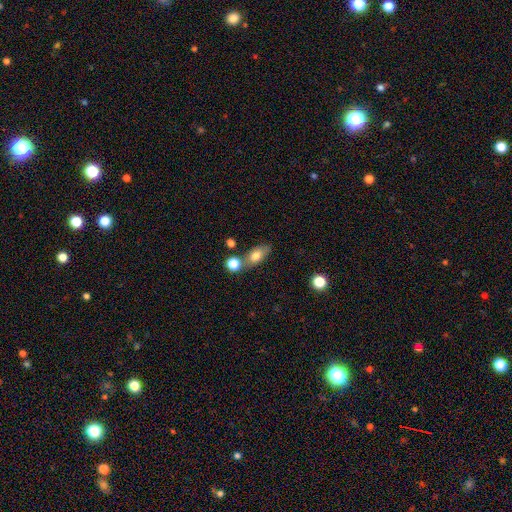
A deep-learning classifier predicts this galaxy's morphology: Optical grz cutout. It shows a smooth galaxy with no disk features (74%) that is in between round and cigar-shaped (78%). Merging: none (61%).